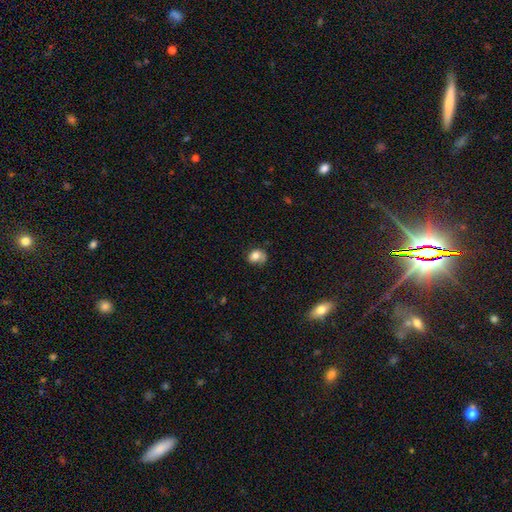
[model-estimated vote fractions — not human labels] Overall: smooth (76%). How rounded: round (51%; in between 48%). Merging: none (52%; minor disturbance 33%).